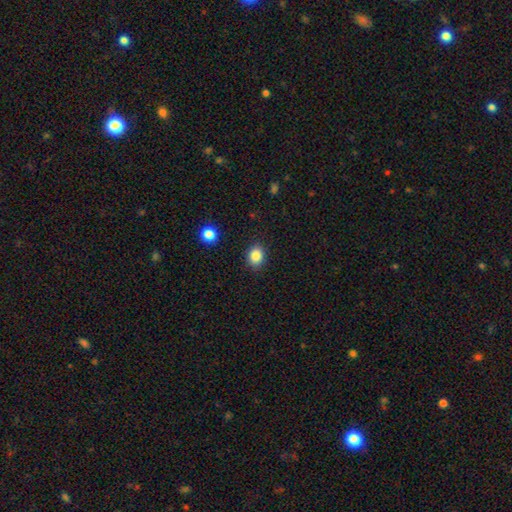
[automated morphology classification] smooth 86%, star or artifact 9%, featured or disk 4%. Down the decision tree: how rounded — in between (55%); merging — none (88%).